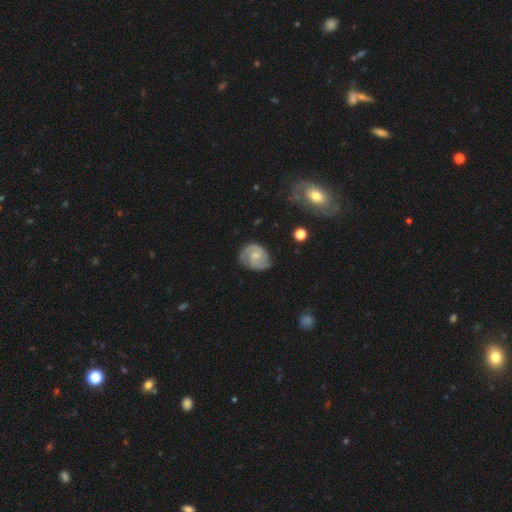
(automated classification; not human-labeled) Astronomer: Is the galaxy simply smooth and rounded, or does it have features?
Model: featured or disk — 68%.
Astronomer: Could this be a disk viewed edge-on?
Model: no — 98%.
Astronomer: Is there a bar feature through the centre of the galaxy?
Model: no — 56% (runner-up: weak, 39%).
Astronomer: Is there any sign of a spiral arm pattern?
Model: yes — 92%.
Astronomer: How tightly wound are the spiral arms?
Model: medium — 45% (runner-up: tight, 40%).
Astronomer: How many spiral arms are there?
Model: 2 — 74%.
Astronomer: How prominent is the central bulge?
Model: small — 55% (runner-up: moderate, 34%).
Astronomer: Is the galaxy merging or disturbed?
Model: none — 71%.